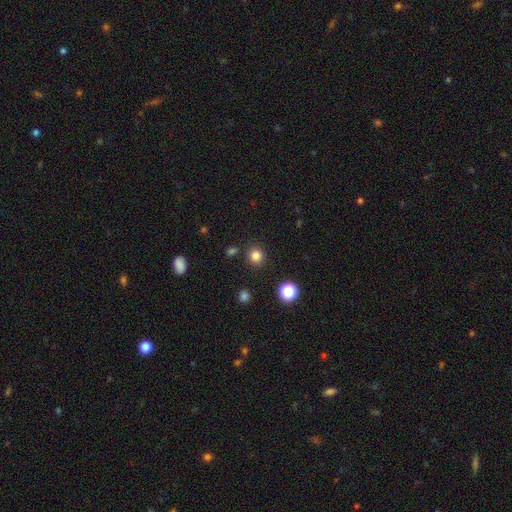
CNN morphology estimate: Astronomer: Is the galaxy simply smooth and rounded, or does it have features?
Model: smooth — 82%.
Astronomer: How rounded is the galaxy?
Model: round — 89%.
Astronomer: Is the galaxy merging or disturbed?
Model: none — 87%.